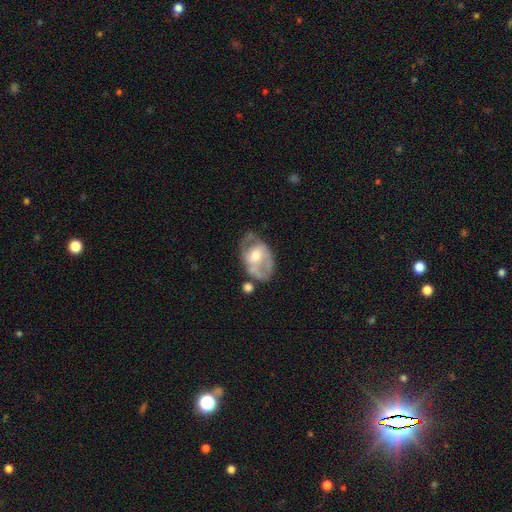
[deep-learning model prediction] This is likely a featured or disk galaxy (69%). It is clearly not viewed edge-on (95%). Bar: possibly no (53%). Spiral arm pattern: likely yes (65%). Central bulge: likely moderate (62%). Merging: possibly none (46%).